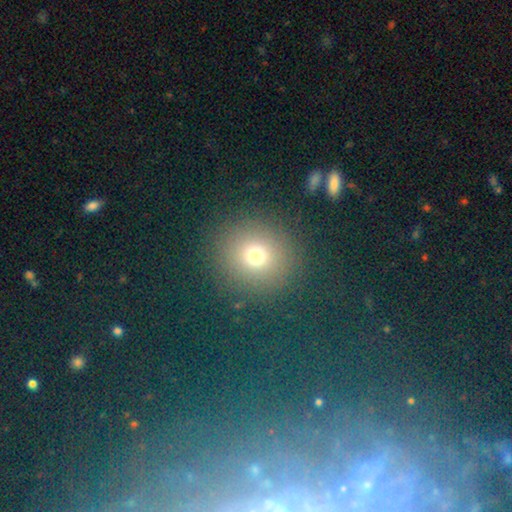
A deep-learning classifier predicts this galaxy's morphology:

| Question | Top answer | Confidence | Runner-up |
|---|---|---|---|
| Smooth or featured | smooth | 71% | star or artifact (20%) |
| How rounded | round | 90% | in between (9%) |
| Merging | none | 86% | minor disturbance (7%) |